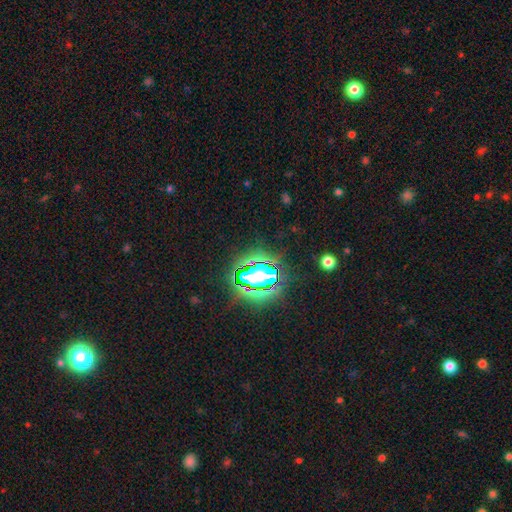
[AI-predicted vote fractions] This is likely a star or artifact rather than a galaxy (71%).